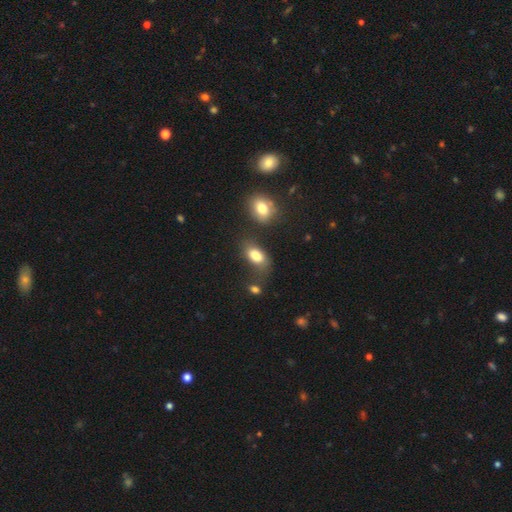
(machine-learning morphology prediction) Overall: smooth (82%). How rounded: in between (88%). Merging: none (54%; minor disturbance 23%).